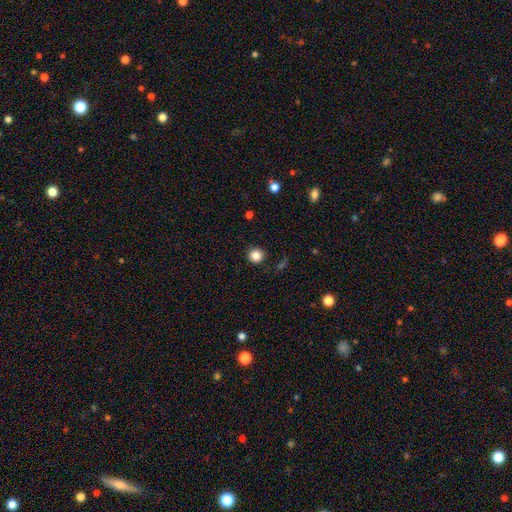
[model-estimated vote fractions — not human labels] Smooth or featured?
  - smooth: 85% *
  - star or artifact: 11%
  - featured or disk: 4%
How rounded?
  - round: 94% *
  - in between: 5%
  - cigar-shaped: 1%
Merging?
  - none: 90% *
  - minor disturbance: 6%
  - major disturbance: 2%
  - merger: 1%